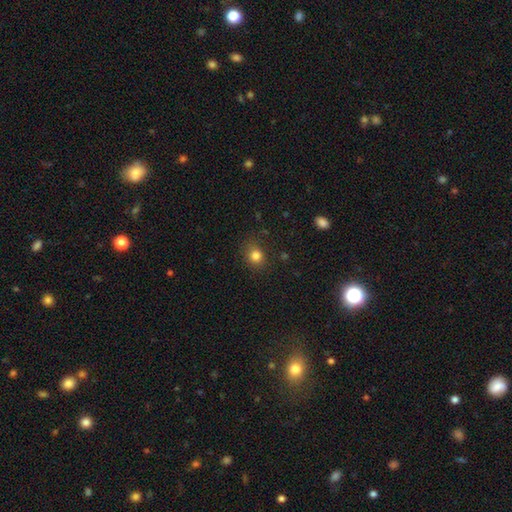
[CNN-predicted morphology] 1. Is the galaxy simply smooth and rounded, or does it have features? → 82% smooth, 13% star or artifact, 6% featured or disk.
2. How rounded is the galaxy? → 73% round, 26% in between, 1% cigar-shaped.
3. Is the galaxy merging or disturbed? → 81% none, 13% minor disturbance, 4% major disturbance, 1% merger.